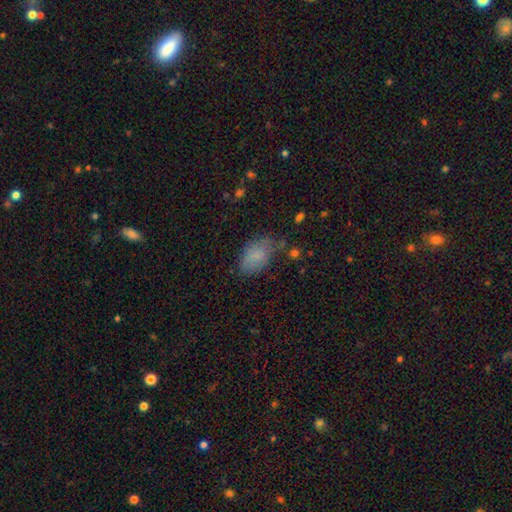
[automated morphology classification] smooth_or_featured: smooth (p=0.80) [alt: featured or disk p=0.10]
how_rounded: in between (p=0.90) [alt: round p=0.08]
merging: none (p=0.61) [alt: minor disturbance p=0.27]